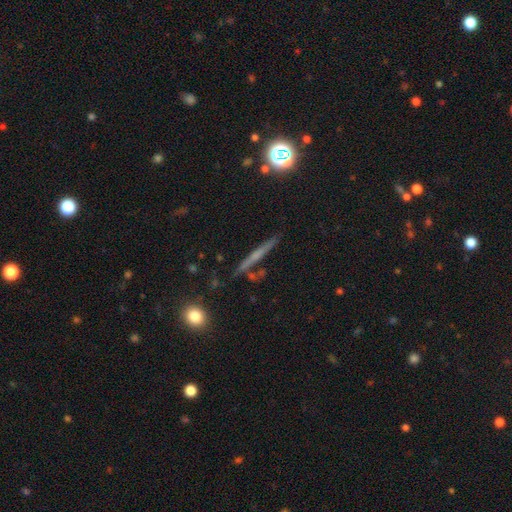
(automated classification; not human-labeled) The model was most divided on "smooth or featured": featured or disk: 53%, smooth: 34%, star or artifact: 12%. More confident: edge-on disk — yes (95%); merging — none (84%); edge-on bulge — none (64%).